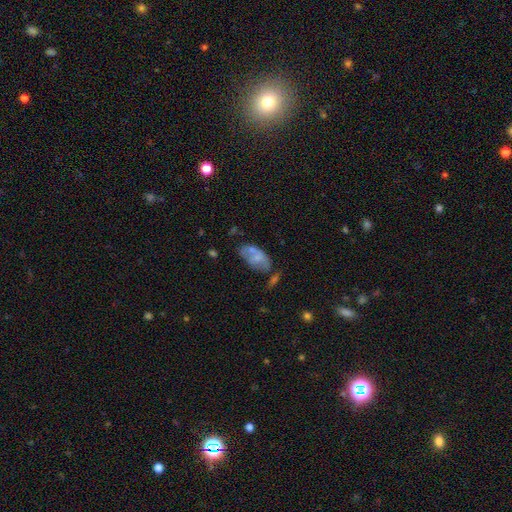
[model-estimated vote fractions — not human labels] The model was most divided on "merging": none: 39%, minor disturbance: 27%, merger: 18%, major disturbance: 16%. More confident: how rounded — in between (92%); smooth or featured — smooth (57%).